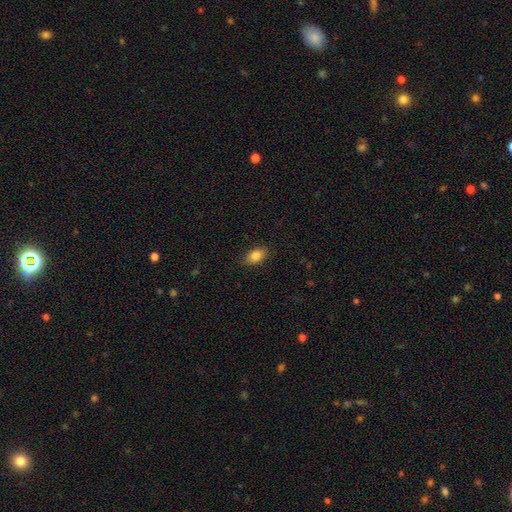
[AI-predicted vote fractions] smooth_or_featured: smooth (p=0.83) [alt: featured or disk p=0.08]
how_rounded: in between (p=0.87) [alt: round p=0.11]
merging: none (p=0.86) [alt: minor disturbance p=0.11]